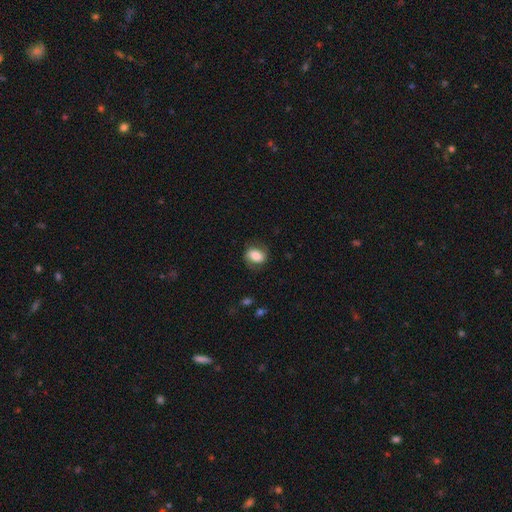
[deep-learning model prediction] A smooth galaxy with no disk features (70%) that is in between round and cigar-shaped (63%).

Vote fractions:
- Smooth or featured? smooth: 70% / featured or disk: 22% / star or artifact: 8%
- How rounded? in between: 63% / round: 35% / cigar-shaped: 1%
- Merging? none: 74% / minor disturbance: 18% / major disturbance: 7% / merger: 1%